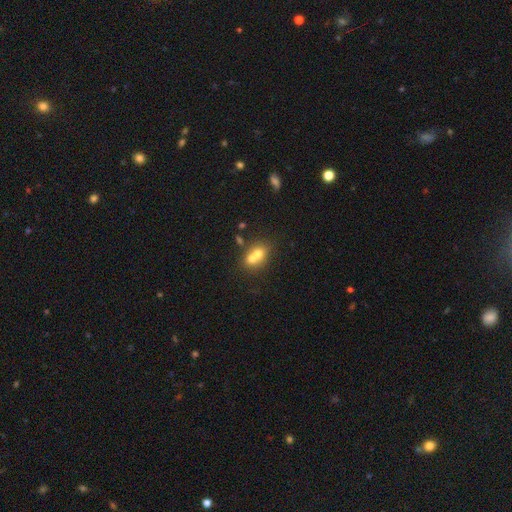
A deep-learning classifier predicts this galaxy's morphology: This is likely a smooth galaxy (65%). How rounded: possibly round (56%). Merging: likely merger (64%).